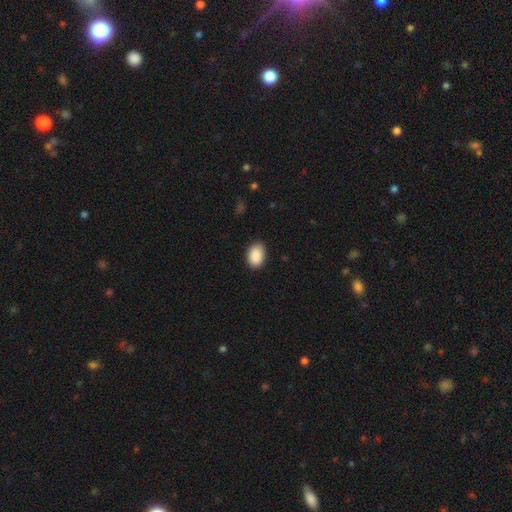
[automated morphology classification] The model was most divided on "merging": none: 86%, minor disturbance: 11%, major disturbance: 2%, merger: 1%. More confident: smooth or featured — smooth (91%); how rounded — in between (87%).